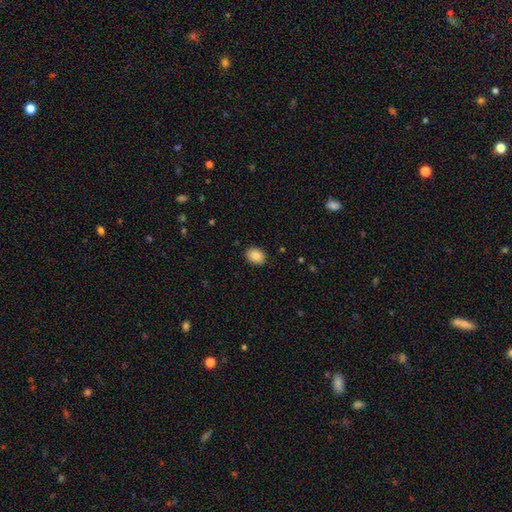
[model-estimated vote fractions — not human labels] A smooth galaxy with no disk features (87%) that is in between round and cigar-shaped (63%). Merging: none (89%).